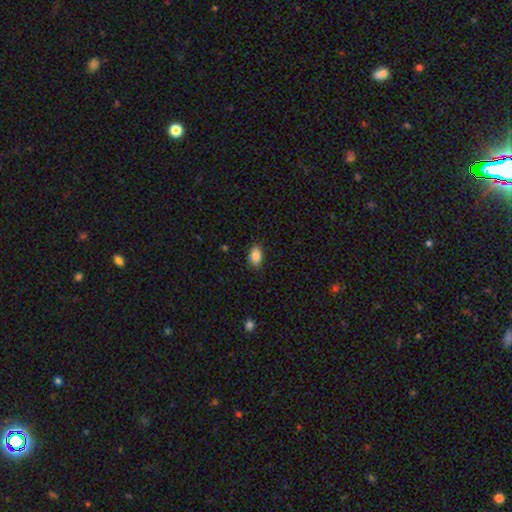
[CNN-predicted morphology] This appears to be a smooth galaxy with no disk features (85%) that is in between round and cigar-shaped (89%). Merging: none (84%).